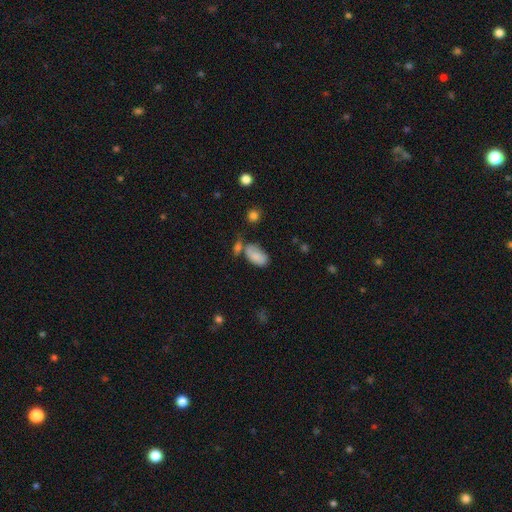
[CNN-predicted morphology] Q: Smooth or featured?
A: smooth (81%); runner-up: featured or disk (11%)
Q: How rounded?
A: in between (94%); runner-up: round (4%)
Q: Merging?
A: none (48%); runner-up: minor disturbance (23%)